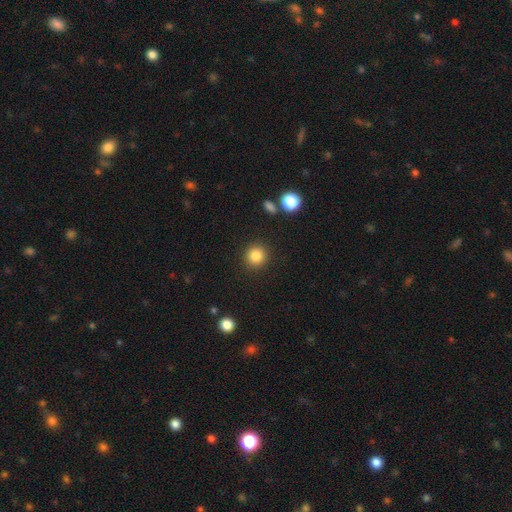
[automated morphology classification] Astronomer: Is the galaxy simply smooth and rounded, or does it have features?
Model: smooth — 85%.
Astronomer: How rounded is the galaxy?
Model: round — 92%.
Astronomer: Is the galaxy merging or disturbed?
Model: none — 90%.